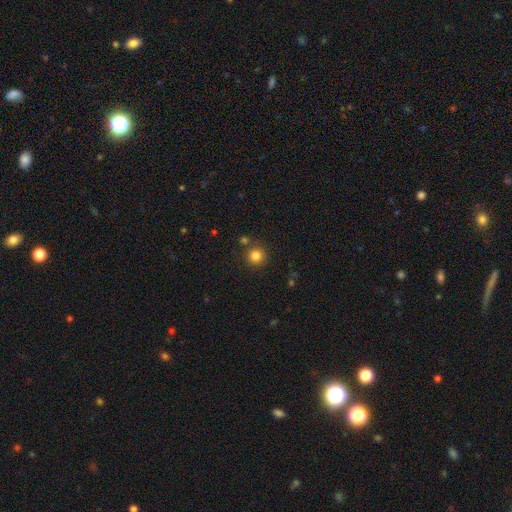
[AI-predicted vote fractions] Overall: smooth (83%). How rounded: round (95%). Merging: none (84%).